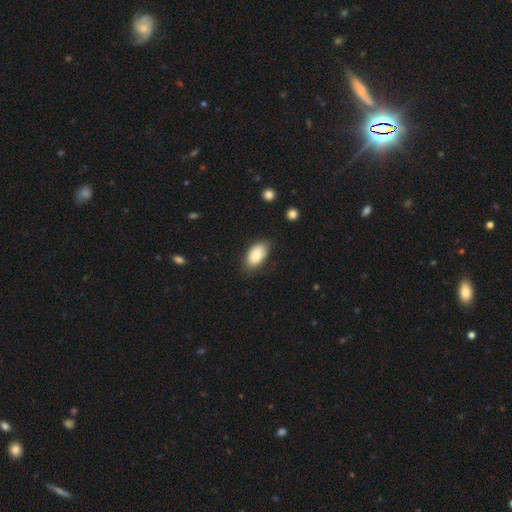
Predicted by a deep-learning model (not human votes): The model was most divided on "merging": none: 80%, minor disturbance: 15%, major disturbance: 3%, merger: 1%. More confident: how rounded — in between (94%); smooth or featured — smooth (85%).